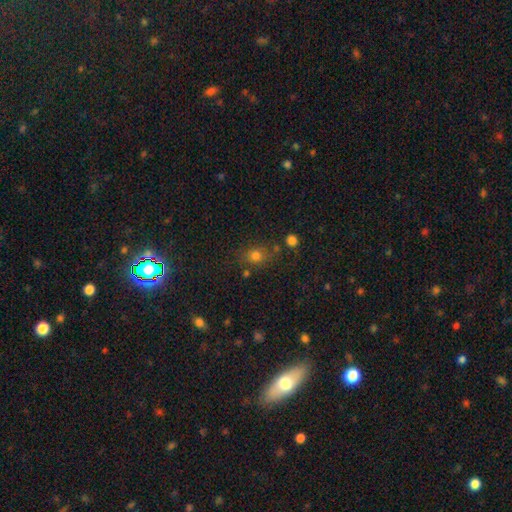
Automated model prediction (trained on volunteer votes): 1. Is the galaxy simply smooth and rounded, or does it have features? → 72% smooth, 19% star or artifact, 9% featured or disk.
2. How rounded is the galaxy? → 62% round, 36% in between, 2% cigar-shaped.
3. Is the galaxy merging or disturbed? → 73% none, 14% minor disturbance, 8% merger, 5% major disturbance.